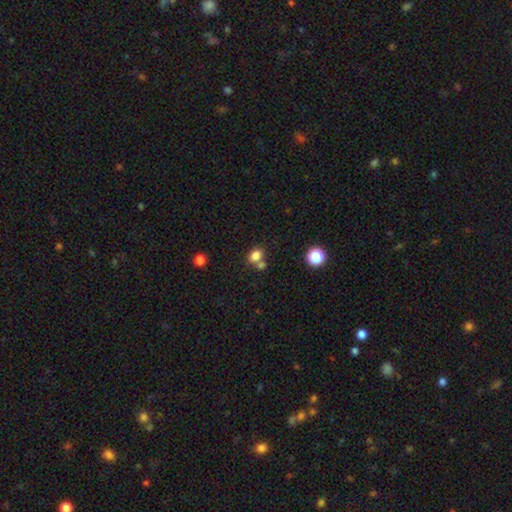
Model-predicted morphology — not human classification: This is clearly a smooth galaxy (81%). How rounded: likely in between (60%). Merging: possibly none (55%).